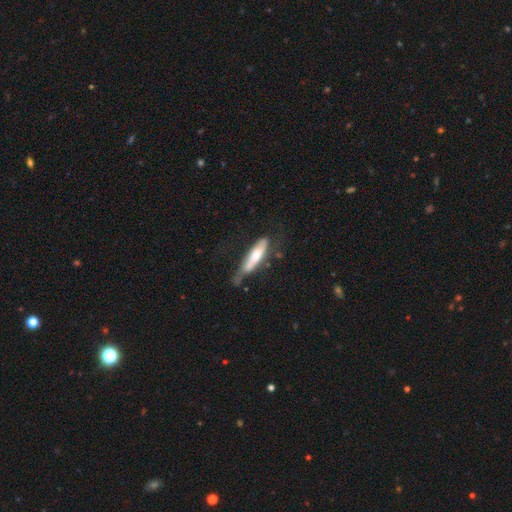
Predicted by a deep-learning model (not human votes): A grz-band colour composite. It shows a smooth galaxy with no disk features (51%) that is cigar-shaped (71%). Merging: none (39%).